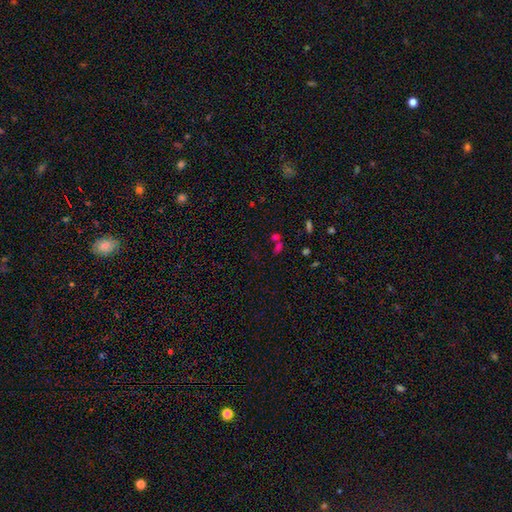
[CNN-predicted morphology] Q: Smooth or featured?
A: star or artifact (47%); runner-up: smooth (43%)